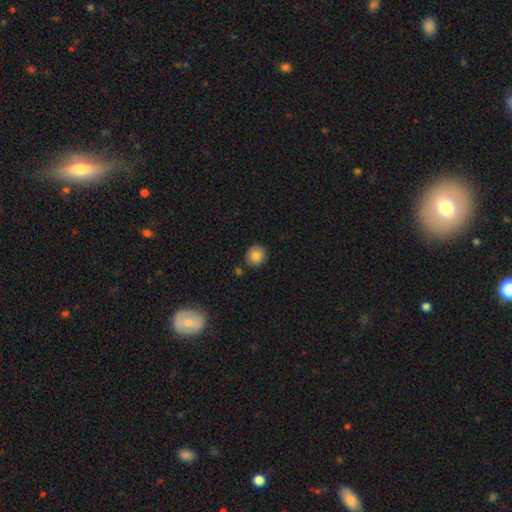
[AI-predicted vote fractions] smooth-or-featured: smooth: 84% | star or artifact: 9% | featured or disk: 7%
  how-rounded: round: 89% | in between: 10% | cigar-shaped: 1%
  merging: none: 86% | minor disturbance: 8% | merger: 4% | major disturbance: 2%